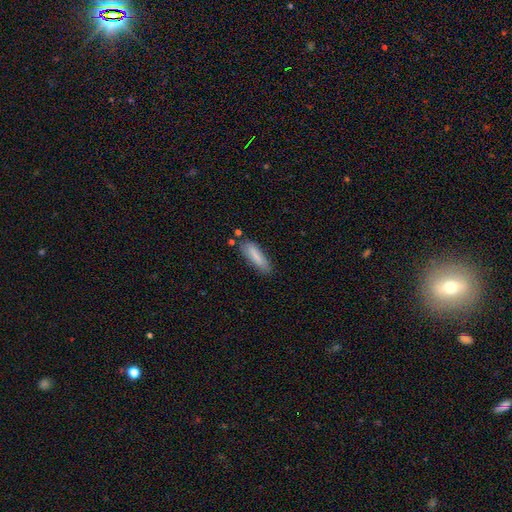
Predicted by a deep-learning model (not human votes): Smooth or featured? smooth (81%)
How rounded? cigar-shaped (62%)
Merging? none (76%)